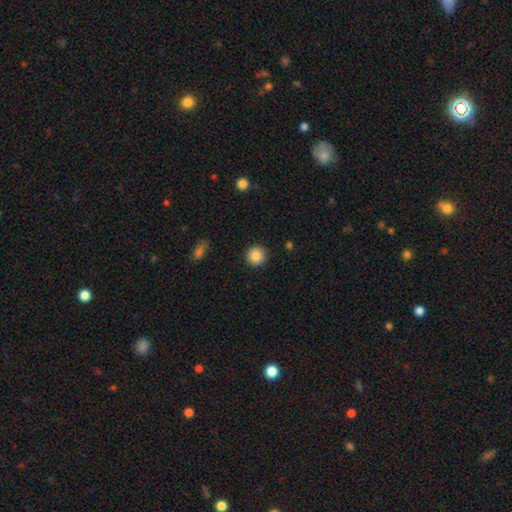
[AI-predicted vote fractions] Morphology: type=smooth (86%); roundness=round (95%); merging=none (91%).